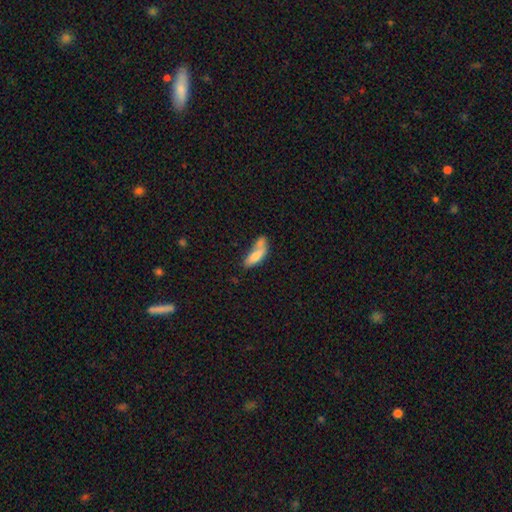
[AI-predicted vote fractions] A smooth galaxy with no disk features (70%) that is in between round and cigar-shaped (60%). Merging: merger (45%).